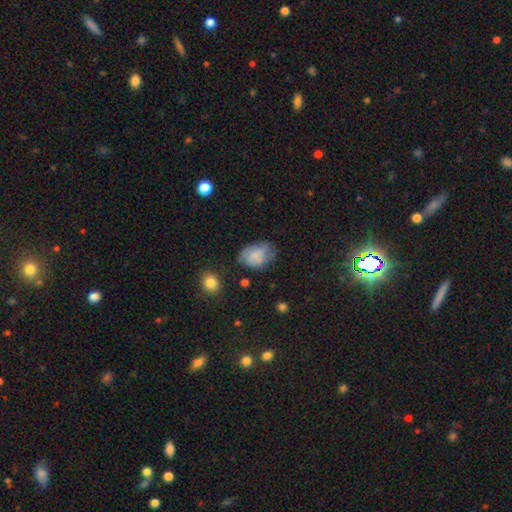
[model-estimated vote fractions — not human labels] Smooth or featured: smooth — 71% (featured or disk — 20%)
How rounded: in between — 79% (round — 19%)
Merging: none — 55% (minor disturbance — 29%)